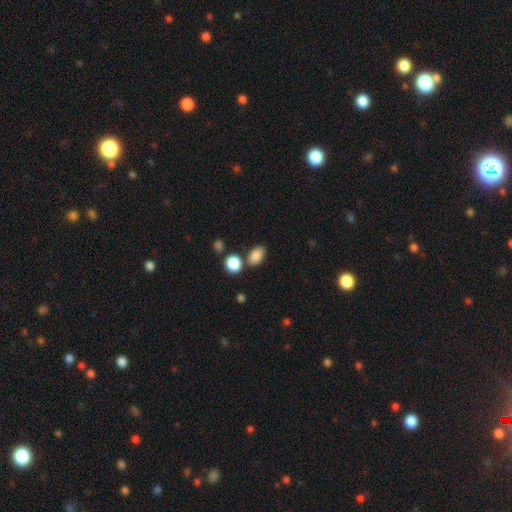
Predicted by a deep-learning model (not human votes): Smooth or featured: smooth — 86% (star or artifact — 9%)
How rounded: in between — 84% (round — 14%)
Merging: none — 70% (merger — 14%)